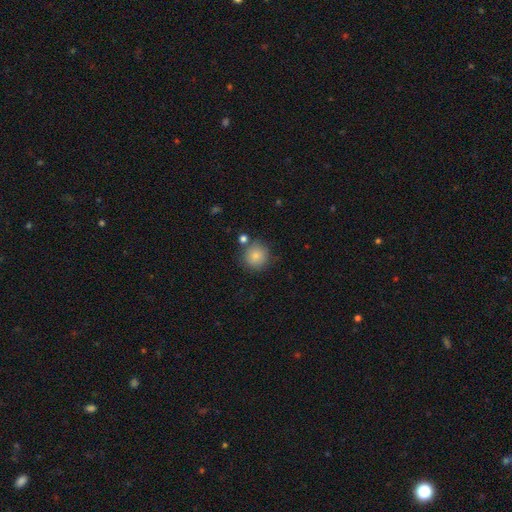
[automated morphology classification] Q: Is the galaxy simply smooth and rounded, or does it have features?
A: smooth — 82%.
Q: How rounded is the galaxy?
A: round — 94%.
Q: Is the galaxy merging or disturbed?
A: none — 79%.